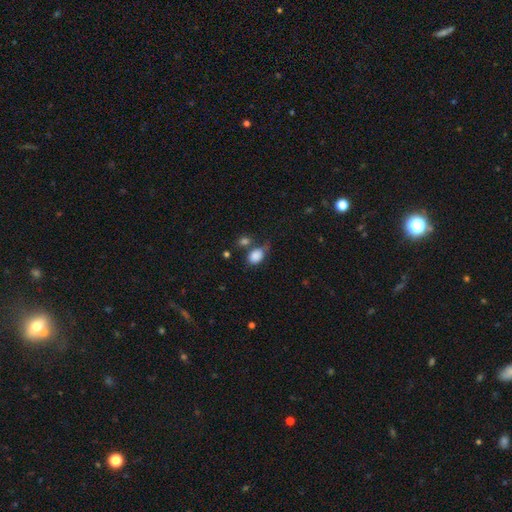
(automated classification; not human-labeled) Overall: smooth (85%). How rounded: in between (73%). Merging: none (44%; minor disturbance 25%).